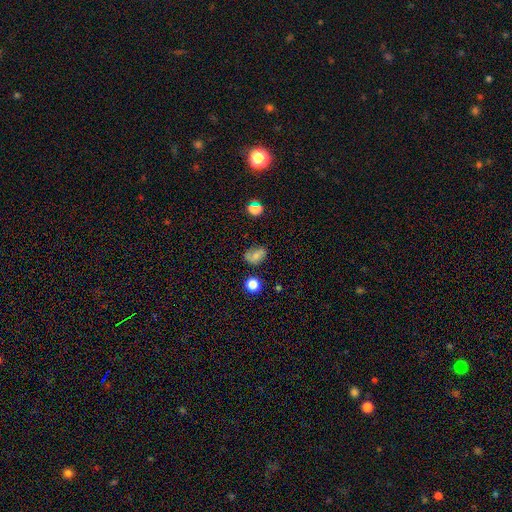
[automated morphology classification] Smooth or featured? Predicted: smooth (p=0.60). How rounded? Predicted: in between (p=0.68). Merging? Predicted: none (p=0.58).